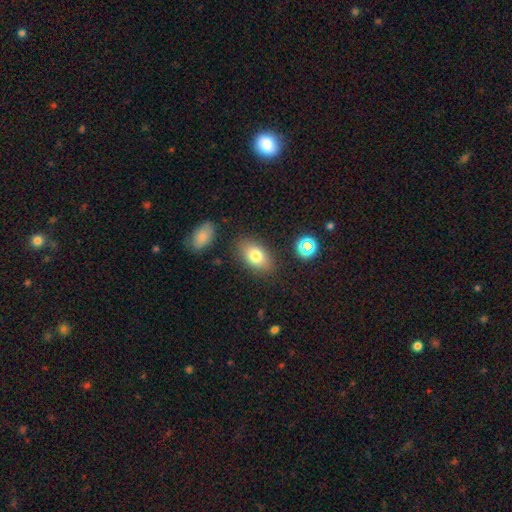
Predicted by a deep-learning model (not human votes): This is likely a smooth galaxy (78%). How rounded: clearly in between (88%). Merging: clearly none (82%).